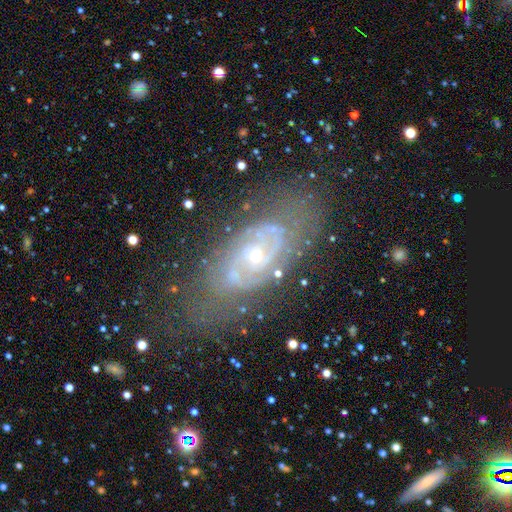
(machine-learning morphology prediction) smooth_or_featured: featured or disk (p=0.83) [alt: smooth p=0.10]
disk_edge_on: no (p=0.93) [alt: yes p=0.07]
bar: no (p=0.74) [alt: weak p=0.20]
has_spiral_arms: yes (p=0.87) [alt: no p=0.13]
spiral_winding: tight (p=0.63) [alt: medium p=0.29]
spiral_arm_count: 2 (p=0.55) [alt: can't tell p=0.26]
bulge_size: small (p=0.62) [alt: moderate p=0.34]
merging: none (p=0.74) [alt: minor disturbance p=0.16]